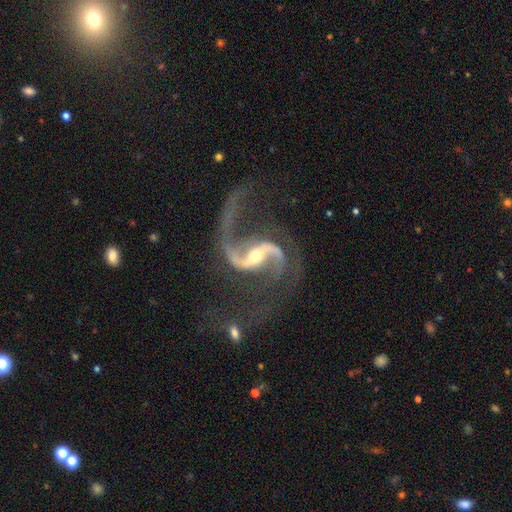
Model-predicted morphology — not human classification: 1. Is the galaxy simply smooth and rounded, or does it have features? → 93% featured or disk, 5% star or artifact, 2% smooth.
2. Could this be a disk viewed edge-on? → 98% no, 2% yes.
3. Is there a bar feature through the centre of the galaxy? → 51% strong, 32% weak, 17% no.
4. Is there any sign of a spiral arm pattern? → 98% yes, 2% no.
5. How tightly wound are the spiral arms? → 67% loose, 27% medium, 5% tight.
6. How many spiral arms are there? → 93% 2, 2% 1, 1% can't tell, 1% 3, 1% 4, 1% more than 4.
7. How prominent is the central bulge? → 50% moderate, 44% small, 3% large, 2% none, 1% dominant.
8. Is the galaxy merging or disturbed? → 62% none, 20% major disturbance, 14% minor disturbance, 4% merger.